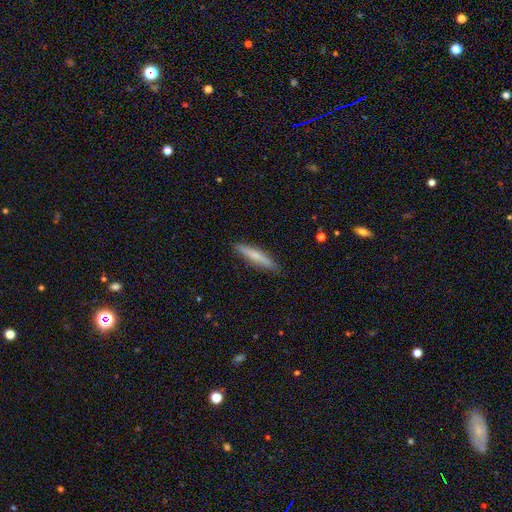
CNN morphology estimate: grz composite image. It shows a smooth galaxy with no disk features (61%) that is cigar-shaped (91%). Merging: none (88%).